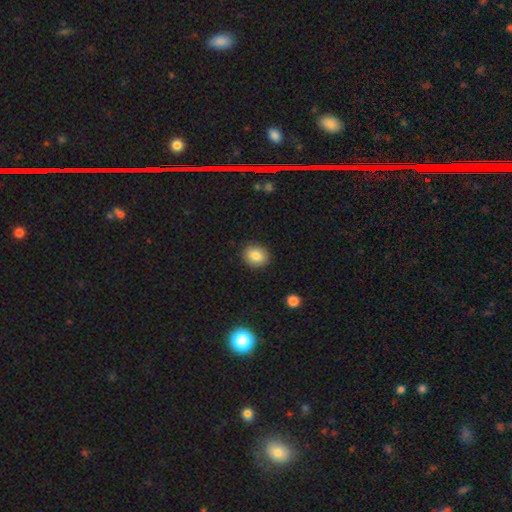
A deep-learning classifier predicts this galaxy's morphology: A smooth galaxy with no disk features (84%) that is round (60%).

Vote fractions:
- Smooth or featured? smooth: 84% / star or artifact: 9% / featured or disk: 7%
- How rounded? round: 60% / in between: 39% / cigar-shaped: 1%
- Merging? none: 88% / minor disturbance: 8% / major disturbance: 2% / merger: 1%